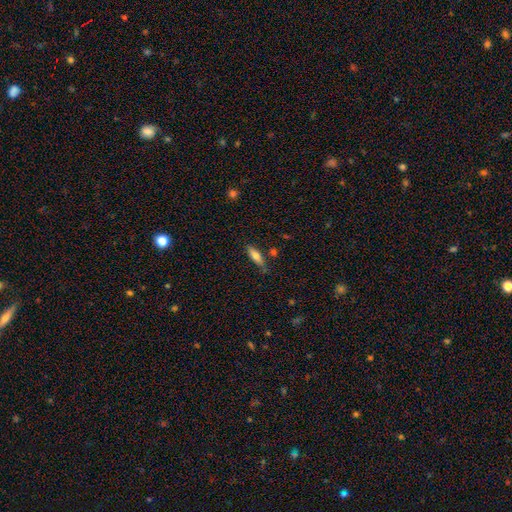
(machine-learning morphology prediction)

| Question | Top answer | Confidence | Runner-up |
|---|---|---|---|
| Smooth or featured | smooth | 64% | featured or disk (30%) |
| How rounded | cigar-shaped | 54% | in between (44%) |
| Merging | none | 75% | minor disturbance (17%) |